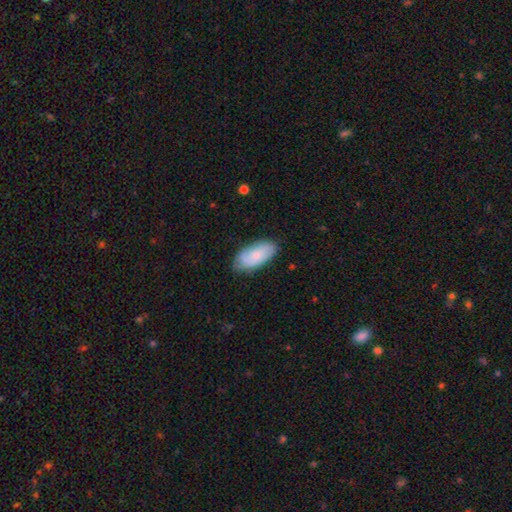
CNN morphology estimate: A smooth galaxy with no disk features (73%) that is in between round and cigar-shaped (93%).

Vote fractions:
- Smooth or featured? smooth: 73% / featured or disk: 21% / star or artifact: 6%
- How rounded? in between: 93% / cigar-shaped: 5% / round: 2%
- Merging? none: 74% / minor disturbance: 21% / major disturbance: 4% / merger: 1%